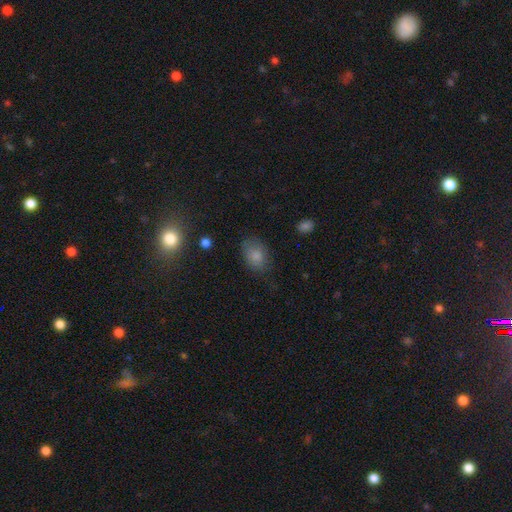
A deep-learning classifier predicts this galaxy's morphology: Smooth or featured? Predicted: smooth (p=0.82). How rounded? Predicted: in between (p=0.79). Merging? Predicted: none (p=0.69).